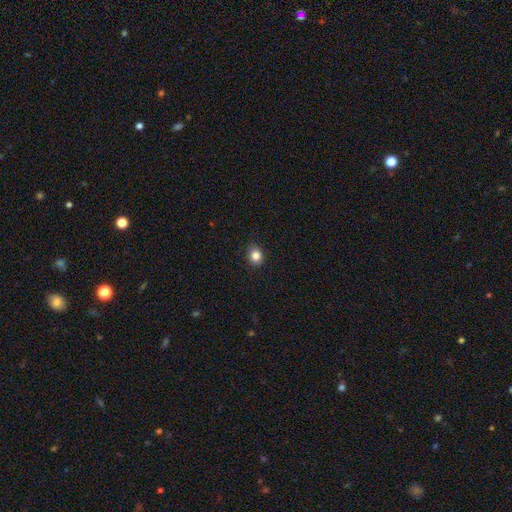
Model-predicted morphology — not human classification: This appears to be a smooth galaxy with no disk features (84%) that is round (64%). Merging: none (88%).